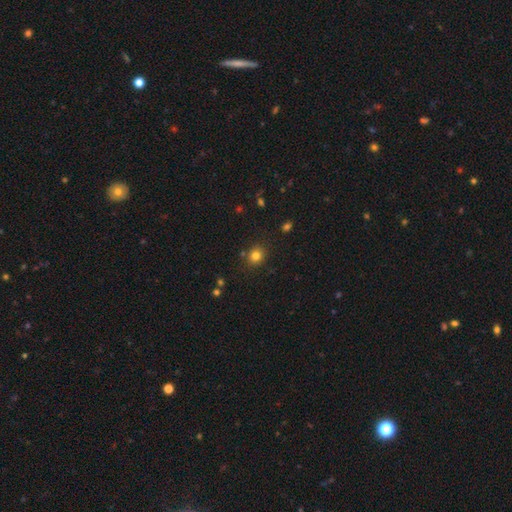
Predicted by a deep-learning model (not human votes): Smooth or featured?
  - smooth: 80% *
  - star or artifact: 14%
  - featured or disk: 6%
How rounded?
  - round: 76% *
  - in between: 23%
  - cigar-shaped: 1%
Merging?
  - none: 84% *
  - minor disturbance: 10%
  - merger: 4%
  - major disturbance: 3%